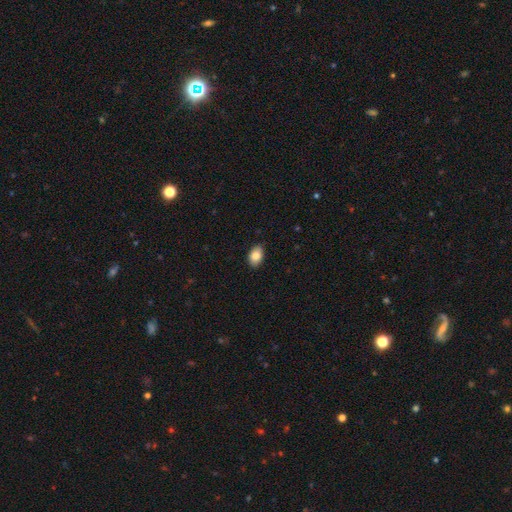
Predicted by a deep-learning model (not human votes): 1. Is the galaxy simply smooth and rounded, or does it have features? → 85% smooth, 8% featured or disk, 7% star or artifact.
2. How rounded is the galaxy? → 87% in between, 11% round, 1% cigar-shaped.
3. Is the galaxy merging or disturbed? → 83% none, 14% minor disturbance, 2% major disturbance, 1% merger.